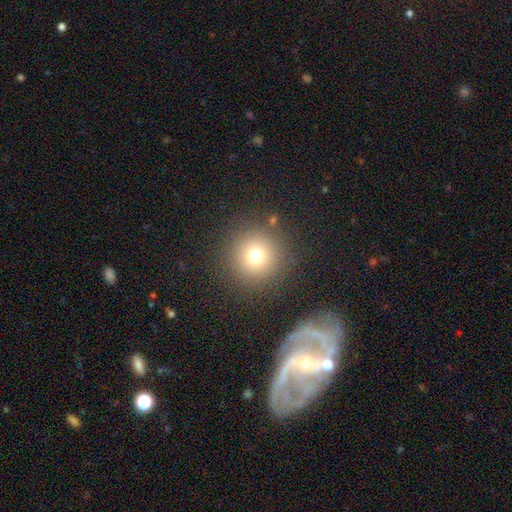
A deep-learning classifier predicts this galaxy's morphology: Smooth or featured?
  - smooth: 73% *
  - star or artifact: 17%
  - featured or disk: 10%
How rounded?
  - round: 96% *
  - in between: 4%
  - cigar-shaped: 1%
Merging?
  - none: 88% *
  - minor disturbance: 6%
  - major disturbance: 3%
  - merger: 2%